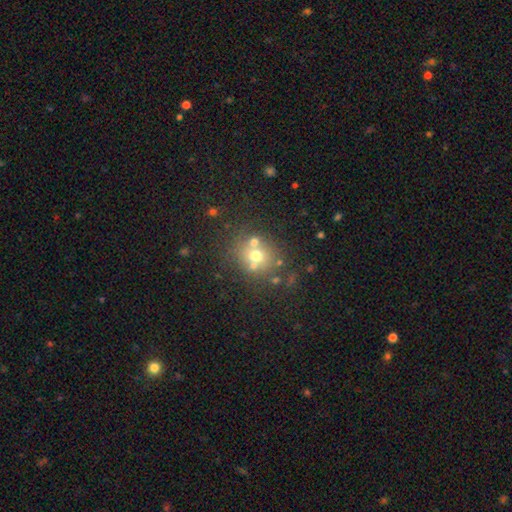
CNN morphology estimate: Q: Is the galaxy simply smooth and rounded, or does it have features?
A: smooth — 59%.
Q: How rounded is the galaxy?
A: round — 81%.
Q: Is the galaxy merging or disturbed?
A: none — 60%.